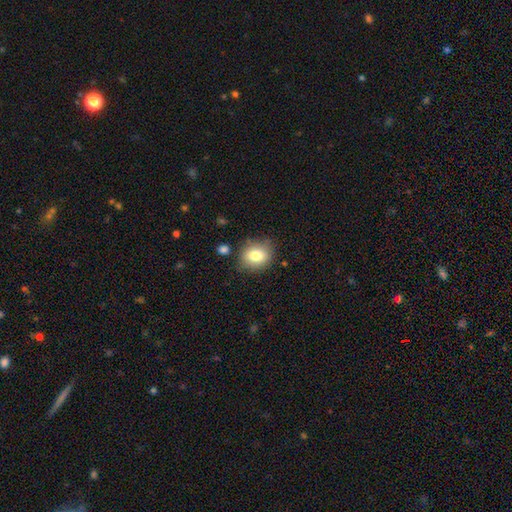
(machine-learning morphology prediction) A smooth galaxy with no disk features (79%) that is round (55%).

Vote fractions:
- Smooth or featured? smooth: 79% / featured or disk: 11% / star or artifact: 10%
- How rounded? round: 55% / in between: 44% / cigar-shaped: 1%
- Merging? none: 82% / minor disturbance: 12% / major disturbance: 3% / merger: 3%